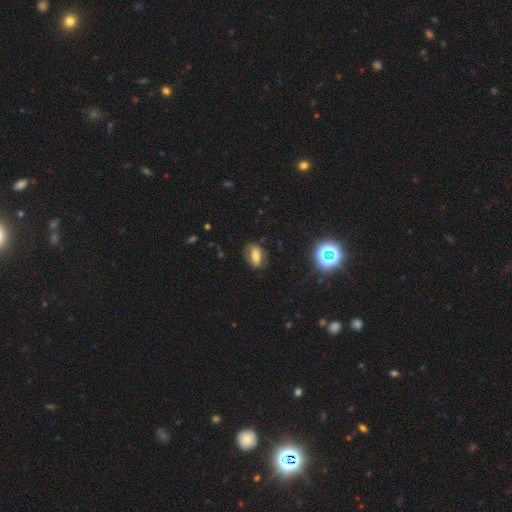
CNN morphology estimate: Smooth or featured? Predicted: smooth (p=0.53). How rounded? Predicted: in between (p=0.82). Merging? Predicted: none (p=0.74).